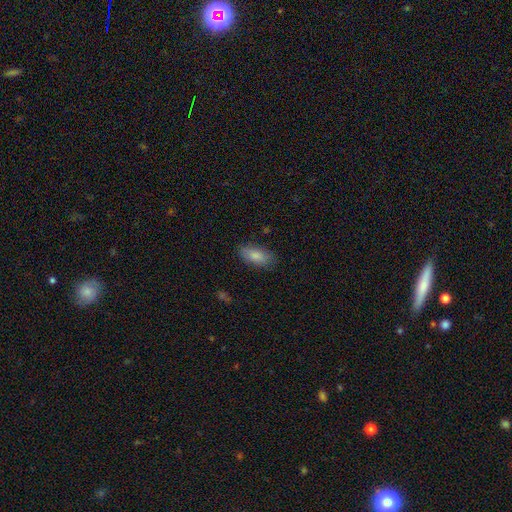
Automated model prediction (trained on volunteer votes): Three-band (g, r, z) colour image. It shows a smooth galaxy with no disk features (84%) that is in between round and cigar-shaped (88%). Merging: none (81%).